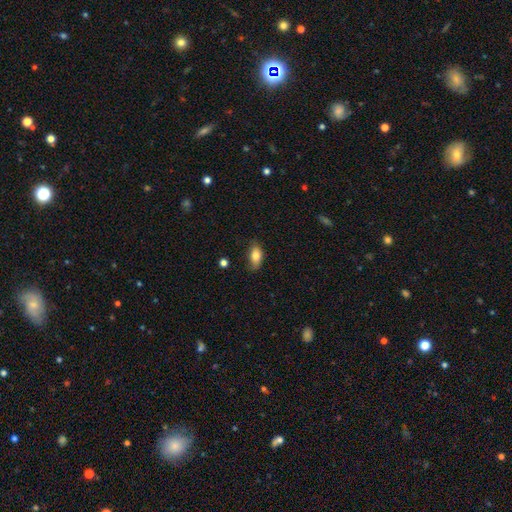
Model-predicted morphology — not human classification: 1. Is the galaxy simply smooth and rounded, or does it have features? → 82% smooth, 10% featured or disk, 8% star or artifact.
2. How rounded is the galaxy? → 89% in between, 6% round, 5% cigar-shaped.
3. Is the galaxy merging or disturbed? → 71% none, 23% minor disturbance, 4% major disturbance, 2% merger.